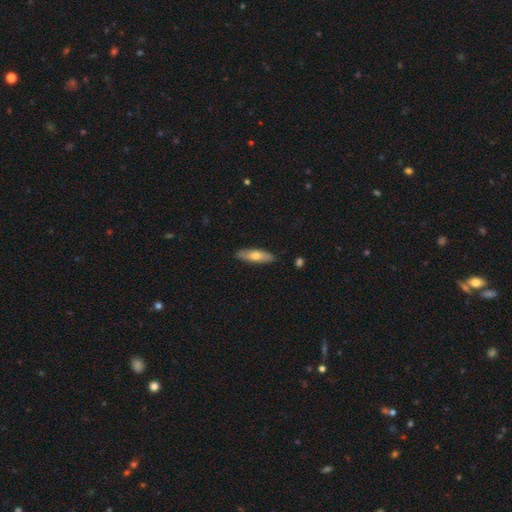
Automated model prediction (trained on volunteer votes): Q: Smooth or featured?
A: smooth (60%); runner-up: featured or disk (34%)
Q: How rounded?
A: cigar-shaped (58%); runner-up: in between (40%)
Q: Merging?
A: none (87%); runner-up: minor disturbance (10%)